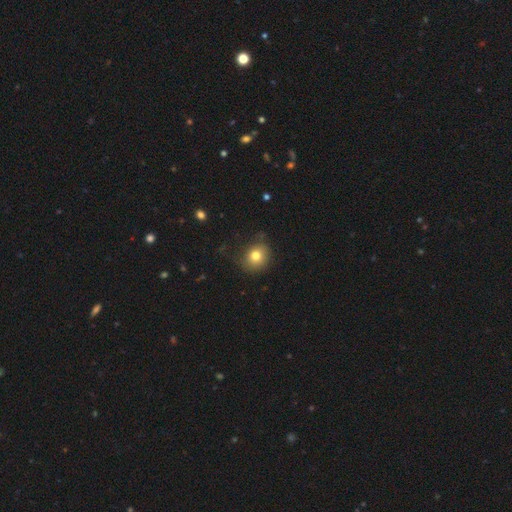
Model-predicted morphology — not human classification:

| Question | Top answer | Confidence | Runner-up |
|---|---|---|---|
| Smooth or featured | smooth | 77% | star or artifact (12%) |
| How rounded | round | 72% | in between (27%) |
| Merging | none | 73% | minor disturbance (20%) |